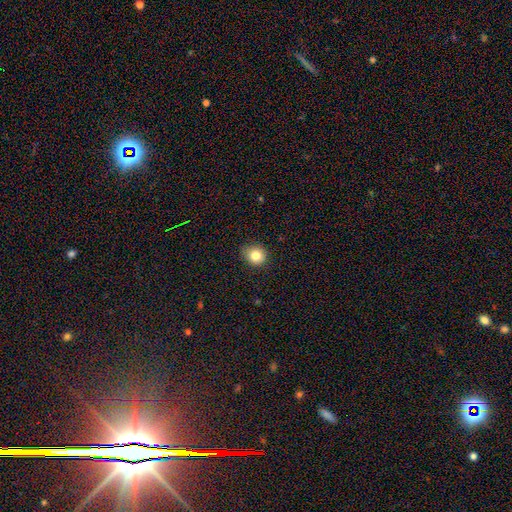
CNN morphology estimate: Smooth or featured: smooth — 83% (star or artifact — 11%)
How rounded: round — 79% (in between — 20%)
Merging: none — 83% (minor disturbance — 14%)